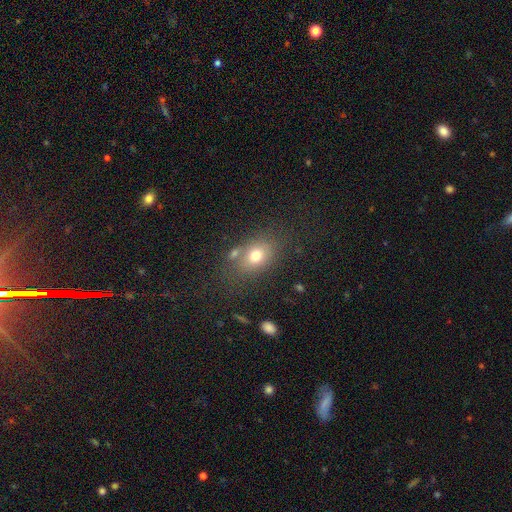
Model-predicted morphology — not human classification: A smooth galaxy with no disk features (73%) that is in between round and cigar-shaped (67%).

Vote fractions:
- Smooth or featured? smooth: 73% / featured or disk: 14% / star or artifact: 13%
- How rounded? in between: 67% / round: 31% / cigar-shaped: 2%
- Merging? none: 67% / minor disturbance: 15% / merger: 11% / major disturbance: 7%